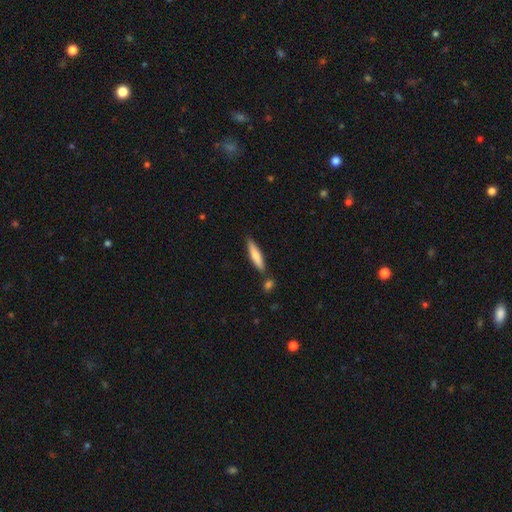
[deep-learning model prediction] smooth-or-featured: smooth: 71% | featured or disk: 24% | star or artifact: 6%
  how-rounded: cigar-shaped: 82% | in between: 17% | round: 1%
  merging: none: 79% | minor disturbance: 12% | merger: 7% | major disturbance: 2%